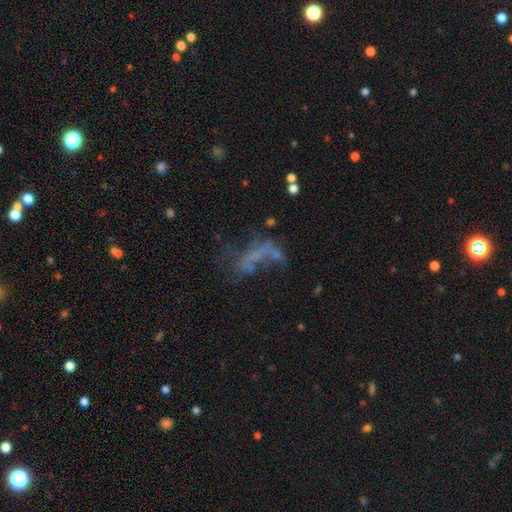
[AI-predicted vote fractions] featured or disk 44%, smooth 30%, star or artifact 26%. Down the decision tree: merging — major disturbance (39%).